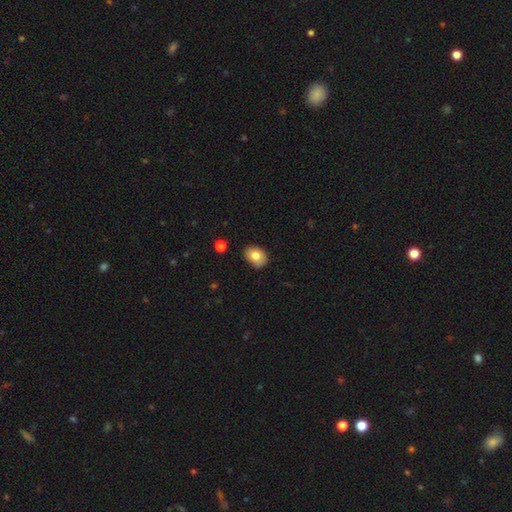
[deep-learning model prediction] This is likely a smooth galaxy (79%). How rounded: likely in between (66%). Merging: likely none (77%).